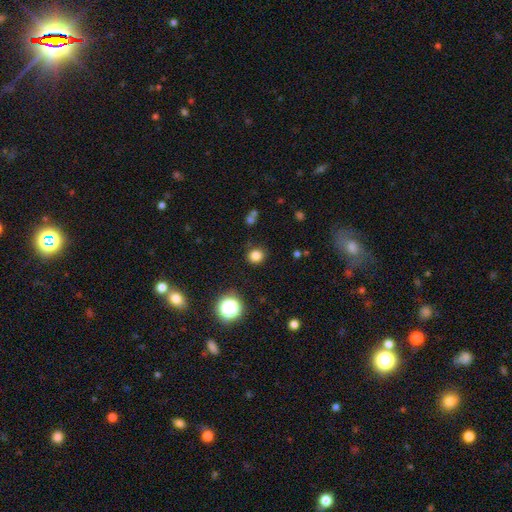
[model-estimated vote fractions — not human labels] This is clearly a smooth galaxy (81%). How rounded: clearly round (83%). Merging: clearly none (88%).